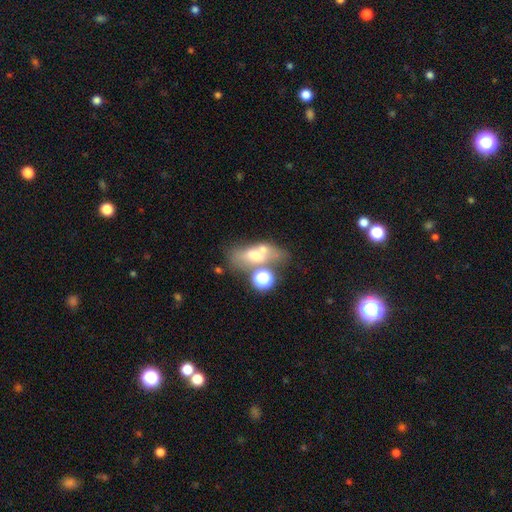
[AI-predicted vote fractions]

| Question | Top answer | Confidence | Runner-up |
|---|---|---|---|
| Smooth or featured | smooth | 50% | featured or disk (34%) |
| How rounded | in between | 67% | round (21%) |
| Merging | merger | 38% | none (34%) |